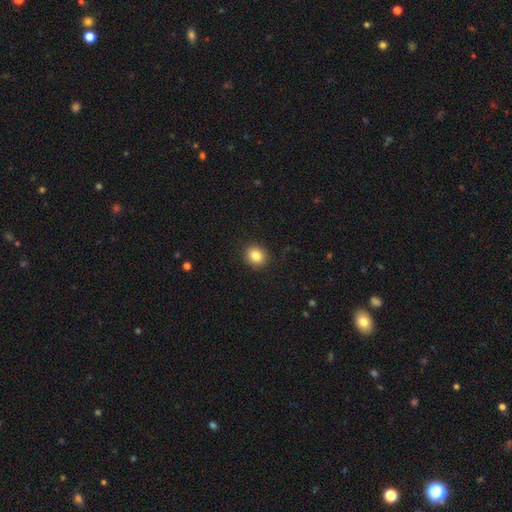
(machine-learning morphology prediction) Smooth or featured? Predicted: smooth (p=0.84). How rounded? Predicted: round (p=0.77). Merging? Predicted: none (p=0.90).